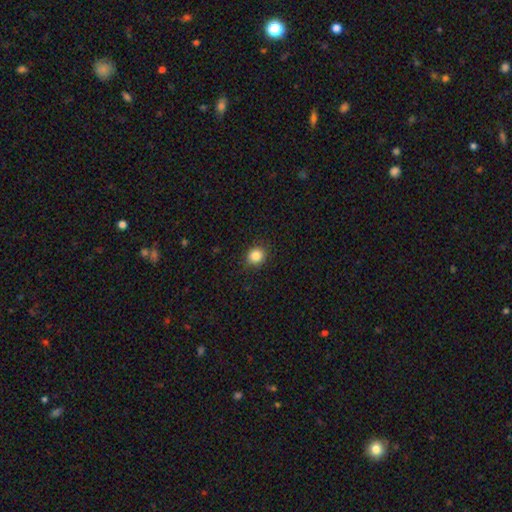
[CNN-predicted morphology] The model was most divided on "how rounded": round: 85%, in between: 14%, cigar-shaped: 1%. More confident: merging — none (90%); smooth or featured — smooth (85%).